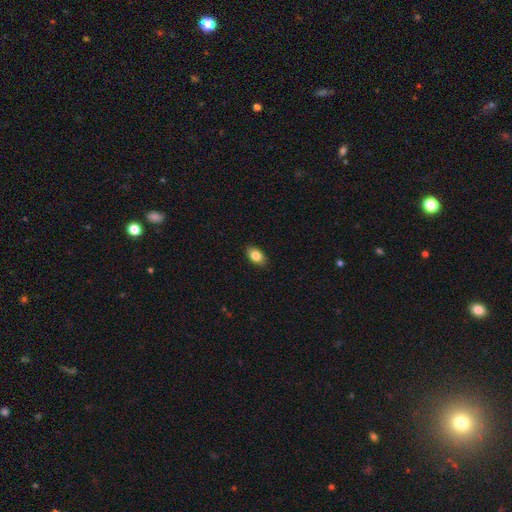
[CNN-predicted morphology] type=smooth (84%); roundness=in between (89%); merging=none (89%).